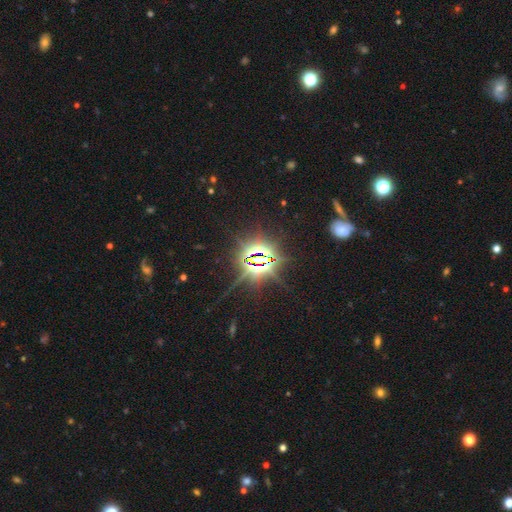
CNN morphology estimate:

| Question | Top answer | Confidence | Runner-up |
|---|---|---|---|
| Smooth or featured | star or artifact | 86% | featured or disk (8%) |